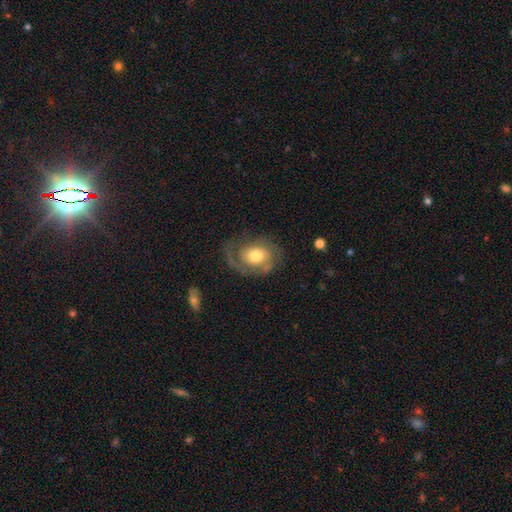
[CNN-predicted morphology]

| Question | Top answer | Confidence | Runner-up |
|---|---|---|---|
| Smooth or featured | featured or disk | 67% | smooth (27%) |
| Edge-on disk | no | 97% | yes (3%) |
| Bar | no | 76% | weak (20%) |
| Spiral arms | yes | 85% | no (15%) |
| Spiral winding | tight | 43% | medium (39%) |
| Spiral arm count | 2 | 48% | 1 (25%) |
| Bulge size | moderate | 63% | large (20%) |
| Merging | none | 61% | minor disturbance (19%) |